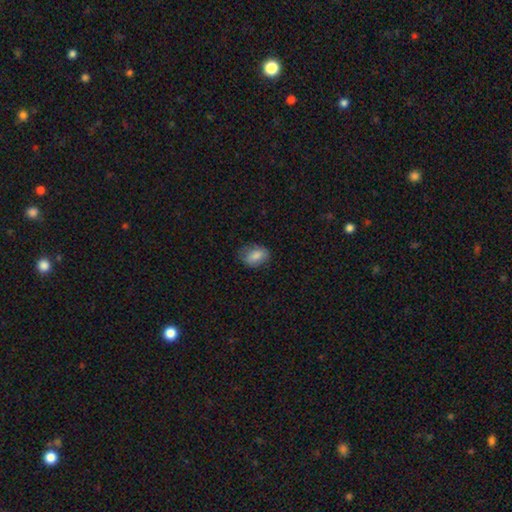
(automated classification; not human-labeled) This appears to be a smooth galaxy with no disk features (83%) that is in between round and cigar-shaped (80%). Merging: none (68%).